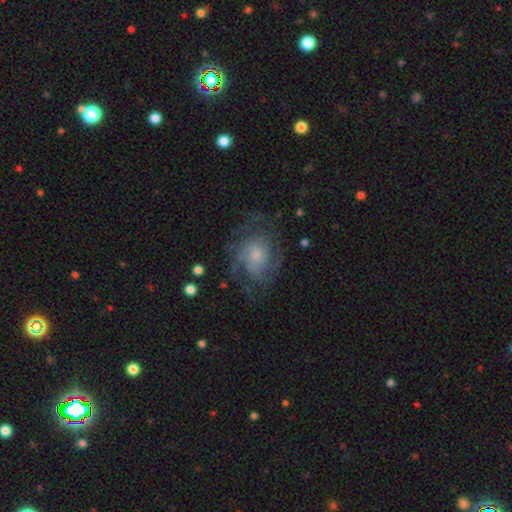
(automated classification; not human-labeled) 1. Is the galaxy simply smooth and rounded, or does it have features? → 75% featured or disk, 18% smooth, 8% star or artifact.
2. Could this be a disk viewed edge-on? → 97% no, 3% yes.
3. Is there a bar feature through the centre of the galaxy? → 73% no, 24% weak, 3% strong.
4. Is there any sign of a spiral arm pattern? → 90% yes, 10% no.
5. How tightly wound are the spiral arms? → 43% tight, 41% medium, 16% loose.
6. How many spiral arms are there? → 36% can't tell, 22% 3, 18% 2, 12% 4, 6% 1, 6% more than 4.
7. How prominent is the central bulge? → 48% small, 36% moderate, 7% large, 7% none, 2% dominant.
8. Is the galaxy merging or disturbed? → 63% none, 18% minor disturbance, 17% major disturbance, 1% merger.